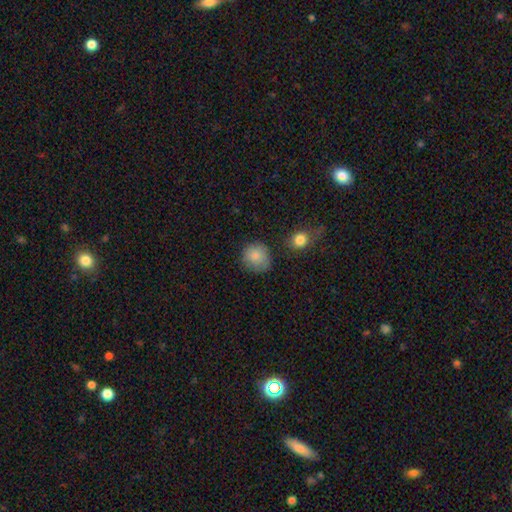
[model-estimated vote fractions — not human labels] smooth_or_featured: smooth (p=0.86) [alt: star or artifact p=0.08]
how_rounded: round (p=0.83) [alt: in between p=0.16]
merging: none (p=0.72) [alt: minor disturbance p=0.19]